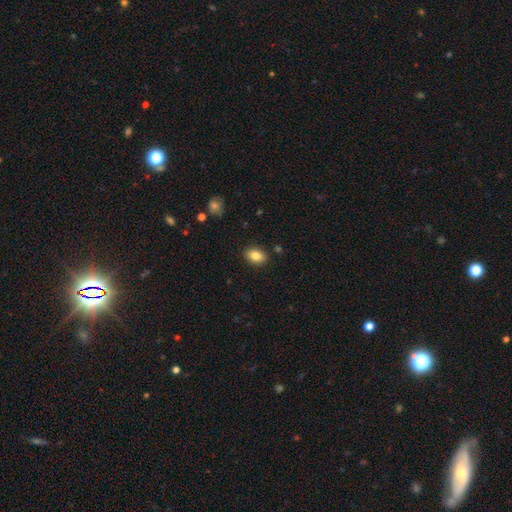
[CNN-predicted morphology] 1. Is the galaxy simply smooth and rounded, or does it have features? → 84% smooth, 9% star or artifact, 7% featured or disk.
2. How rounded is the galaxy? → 80% in between, 19% round, 1% cigar-shaped.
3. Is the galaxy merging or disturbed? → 88% none, 9% minor disturbance, 2% major disturbance, 2% merger.